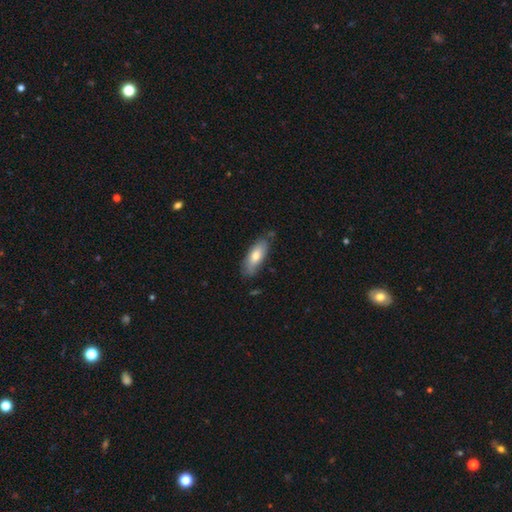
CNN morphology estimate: Smooth or featured: smooth — 72% (featured or disk — 23%)
How rounded: in between — 72% (cigar-shaped — 26%)
Merging: none — 74% (minor disturbance — 20%)